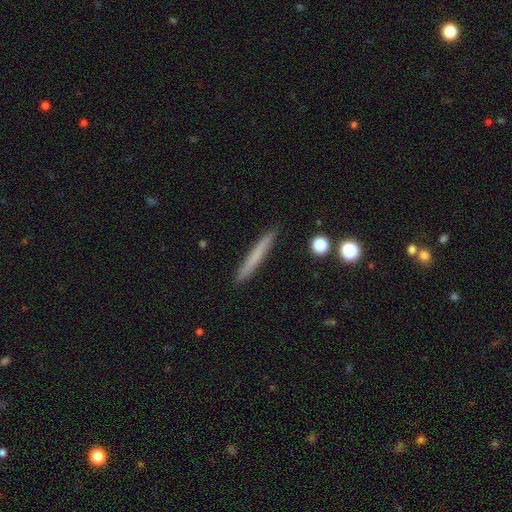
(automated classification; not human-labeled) smooth-or-featured: smooth: 66% | featured or disk: 27% | star or artifact: 7%
  how-rounded: cigar-shaped: 97% | in between: 2% | round: 1%
  merging: none: 92% | minor disturbance: 6% | major disturbance: 1% | merger: 1%